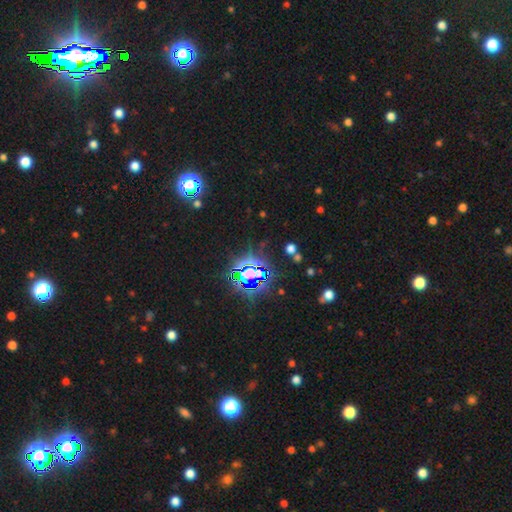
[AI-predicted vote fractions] Smooth or featured? Predicted: star or artifact (p=0.81).